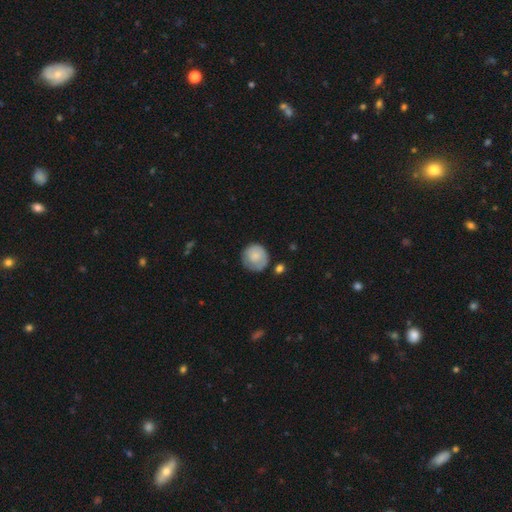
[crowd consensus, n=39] smooth 77%, featured or disk 15%, star or artifact 8%. Down the decision tree: how rounded — round (97%); merging — none (78%).